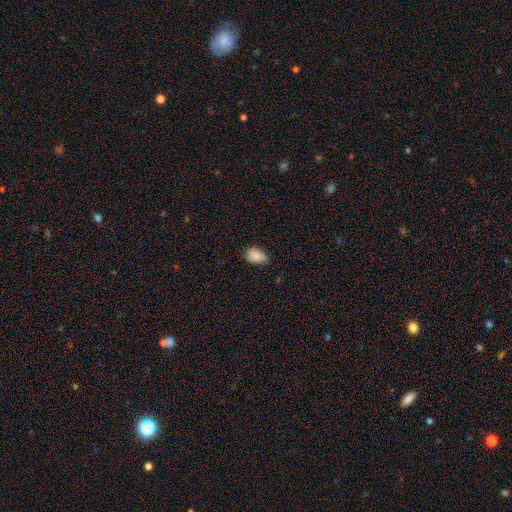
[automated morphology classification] Overall: smooth (86%). How rounded: in between (84%). Merging: none (49%; minor disturbance 42%).